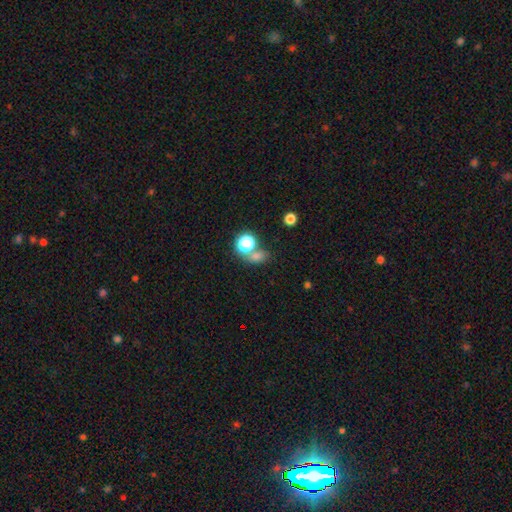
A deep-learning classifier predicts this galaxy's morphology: A star or artifact, not a galaxy (43%, tied with smooth).

Vote fractions:
- Smooth or featured? star or artifact: 43% (tied) / smooth: 43% (tied) / featured or disk: 13%